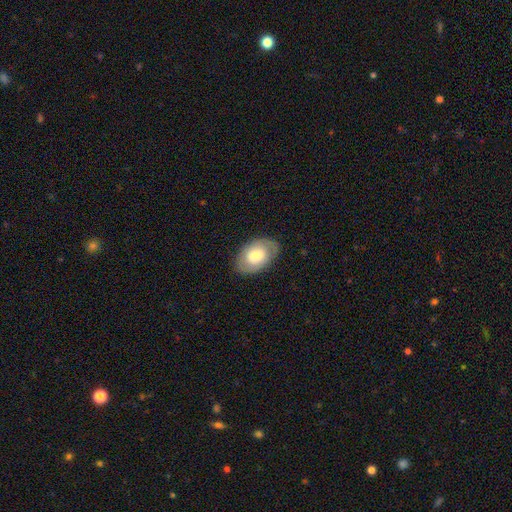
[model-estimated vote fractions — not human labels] smooth-or-featured: smooth: 68% | featured or disk: 25% | star or artifact: 6%
  how-rounded: in between: 89% | round: 10% | cigar-shaped: 1%
  merging: none: 82% | minor disturbance: 13% | major disturbance: 4% | merger: 1%